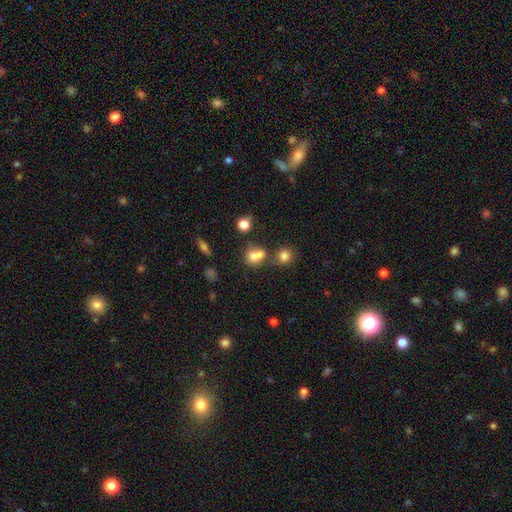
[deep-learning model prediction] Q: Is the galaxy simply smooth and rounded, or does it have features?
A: smooth — 72%.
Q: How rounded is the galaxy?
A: round — 57%.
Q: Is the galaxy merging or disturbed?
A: merger — 45%.